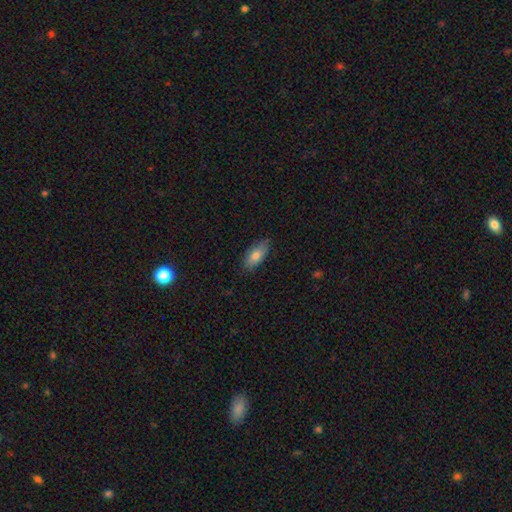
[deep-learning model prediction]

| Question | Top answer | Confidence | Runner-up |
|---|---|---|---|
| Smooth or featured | smooth | 78% | featured or disk (15%) |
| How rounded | in between | 86% | cigar-shaped (11%) |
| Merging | none | 82% | minor disturbance (14%) |